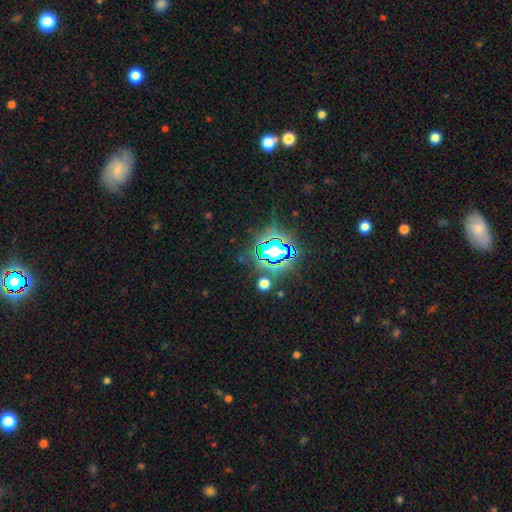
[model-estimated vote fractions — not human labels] Smooth or featured? Predicted: star or artifact (p=0.80).